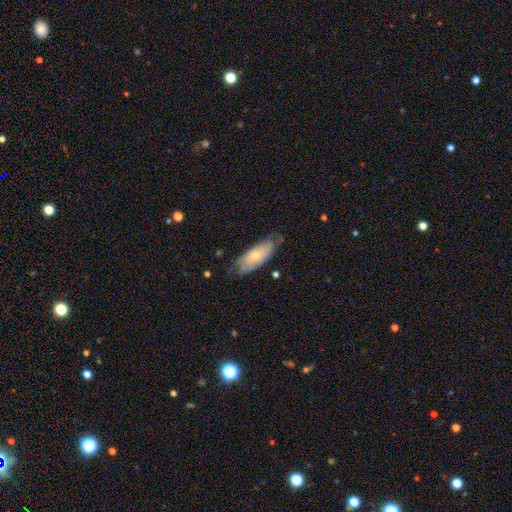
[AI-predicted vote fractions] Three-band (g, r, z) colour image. It shows a smooth galaxy with no disk features (47%, tied with featured or disk). Merging: none (63%).